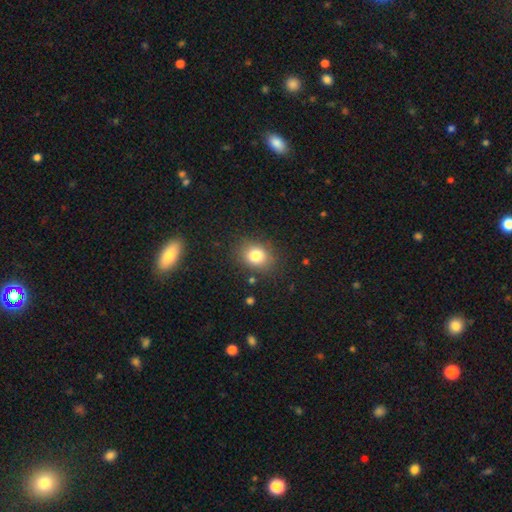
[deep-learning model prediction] Smooth or featured: smooth — 79% (star or artifact — 12%)
How rounded: round — 60% (in between — 39%)
Merging: none — 84% (minor disturbance — 11%)